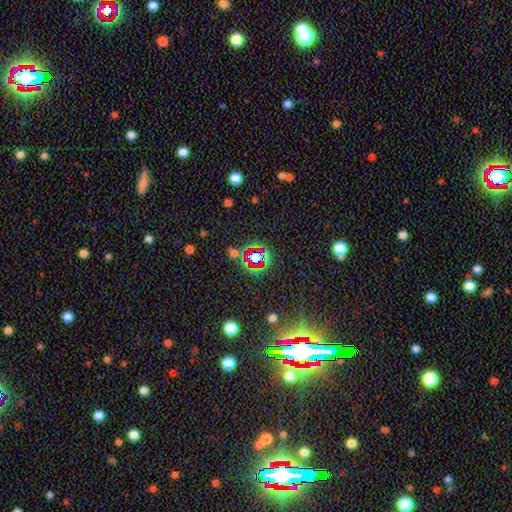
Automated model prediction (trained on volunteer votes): A star or artifact, not a galaxy (66%).

Vote fractions:
- Smooth or featured? star or artifact: 66% / smooth: 23% / featured or disk: 10%